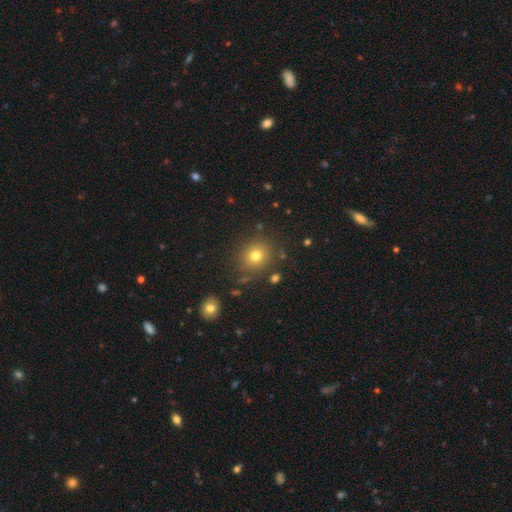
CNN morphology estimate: This appears to be a smooth galaxy with no disk features (75%) that is round (83%). Merging: none (85%).